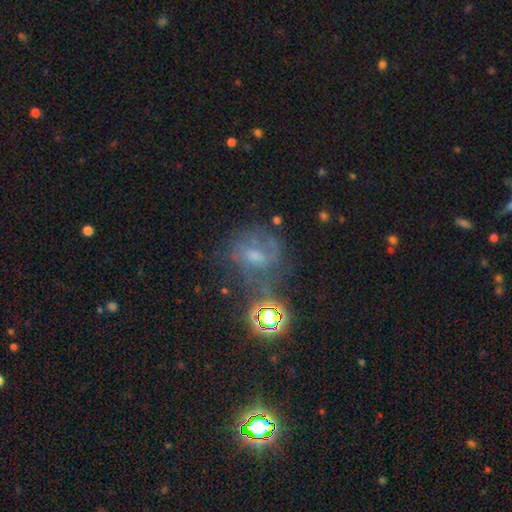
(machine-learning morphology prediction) featured or disk 50%, star or artifact 25%, smooth 24%. Down the decision tree: edge-on disk — no (96%); merging — none (47%).